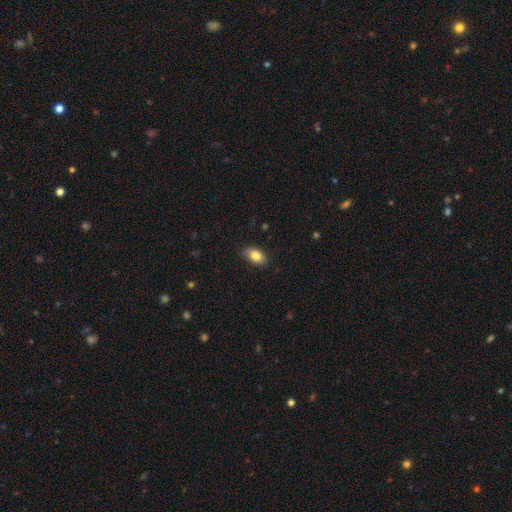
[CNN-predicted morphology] The model was most divided on "merging": none: 81%, minor disturbance: 15%, major disturbance: 3%, merger: 1%. More confident: how rounded — in between (88%); smooth or featured — smooth (83%).